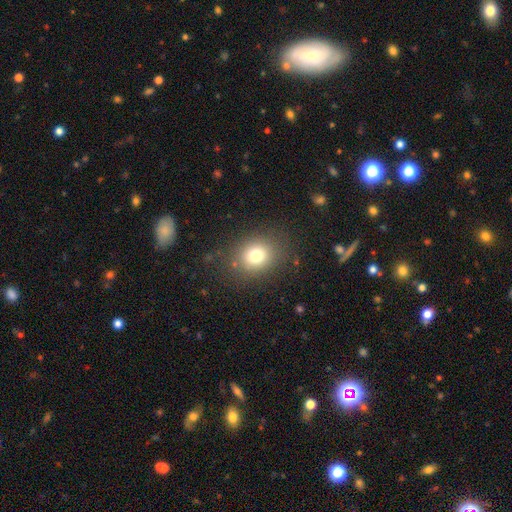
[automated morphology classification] Smooth or featured? Predicted: smooth (p=0.76). How rounded? Predicted: round (p=0.63). Merging? Predicted: none (p=0.83).